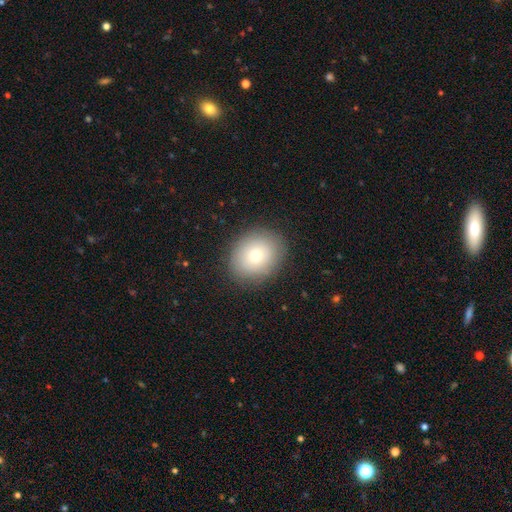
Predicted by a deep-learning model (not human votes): smooth_or_featured: smooth (p=0.73) [alt: featured or disk p=0.16]
how_rounded: round (p=0.60) [alt: in between p=0.39]
merging: none (p=0.86) [alt: minor disturbance p=0.09]